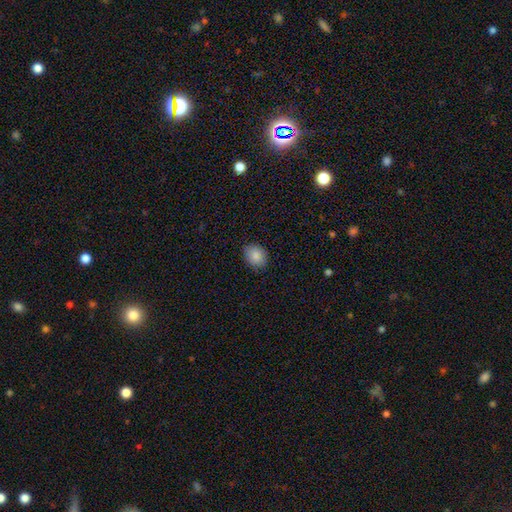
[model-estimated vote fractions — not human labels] Smooth or featured? Predicted: smooth (p=0.86). How rounded? Predicted: round (p=0.51). Merging? Predicted: none (p=0.85).